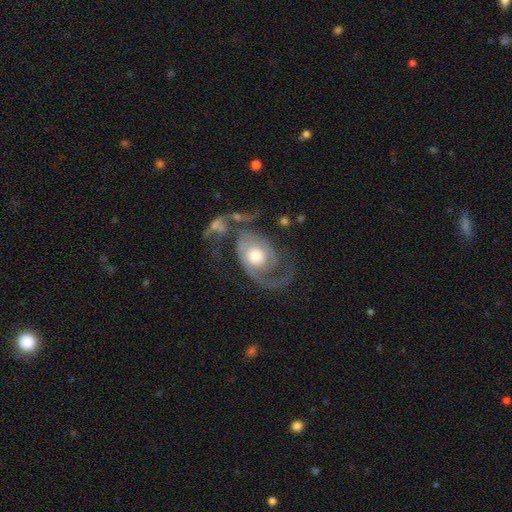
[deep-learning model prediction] A featured or disk galaxy (84%) with no bar (77%), 1 (45%) tight (37%, tied with medium) spiral arms (90%) and a moderate central bulge (59%).

Vote fractions:
- Smooth or featured? featured or disk: 84% / smooth: 12% / star or artifact: 5%
- Edge-on disk? no: 97% / yes: 3%
- Bar? no: 77% / weak: 19% / strong: 4%
- Spiral arms? yes: 90% / no: 10%
- Spiral winding? tight: 37% (tied) / medium: 37% (tied) / loose: 25%
- Spiral arm count? 1: 45% / 2: 37% / can't tell: 10% / 3: 4% / 4: 2% / more than 4: 2%
- Bulge size? moderate: 59% / large: 27% / small: 10% / dominant: 2% / none: 2%
- Merging? major disturbance: 35% / none: 34% / minor disturbance: 17% / merger: 14%